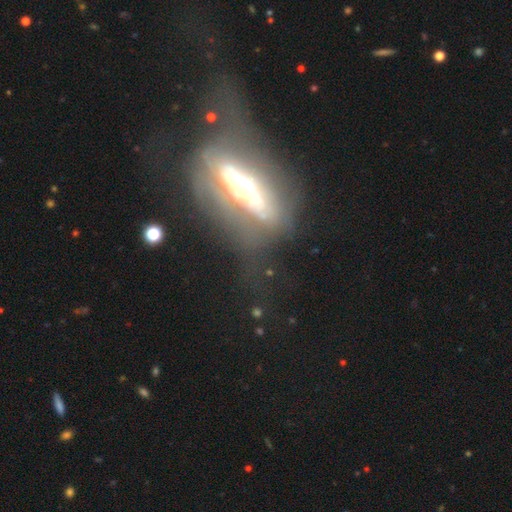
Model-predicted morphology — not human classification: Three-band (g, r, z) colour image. It shows a featured or disk galaxy (69%). Merging: major disturbance (44%).